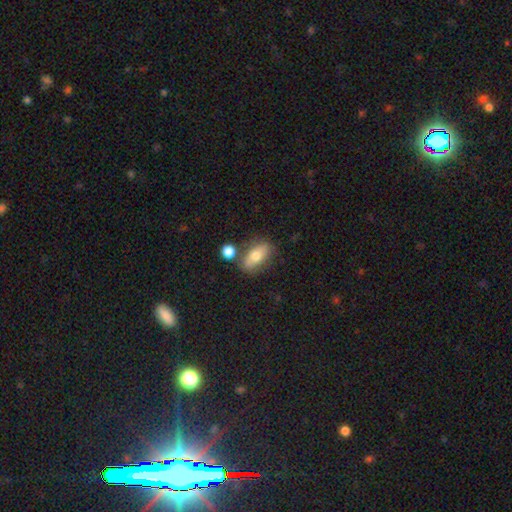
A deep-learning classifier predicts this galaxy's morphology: Smooth or featured?
  - smooth: 67% *
  - featured or disk: 25%
  - star or artifact: 8%
How rounded?
  - in between: 84% *
  - cigar-shaped: 9%
  - round: 7%
Merging?
  - none: 68% *
  - minor disturbance: 15%
  - merger: 12%
  - major disturbance: 5%